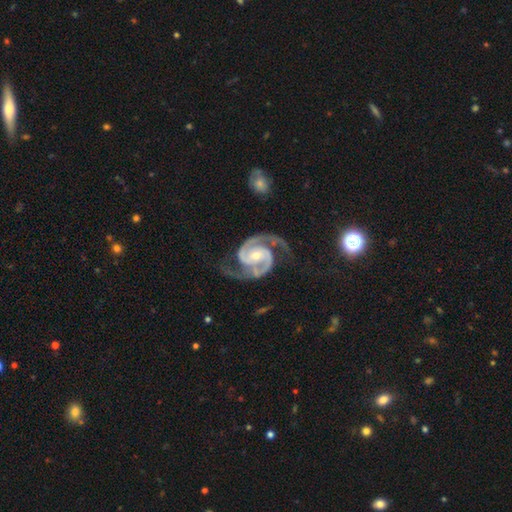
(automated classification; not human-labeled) smooth_or_featured: featured or disk (p=0.95) [alt: star or artifact p=0.03]
disk_edge_on: no (p=0.98) [alt: yes p=0.02]
bar: no (p=0.51) [alt: weak p=0.33]
has_spiral_arms: yes (p=0.99) [alt: no p=0.01]
spiral_winding: medium (p=0.59) [alt: tight p=0.31]
spiral_arm_count: 2 (p=0.94) [alt: 3 p=0.02]
bulge_size: small (p=0.53) [alt: moderate p=0.42]
merging: none (p=0.75) [alt: minor disturbance p=0.15]